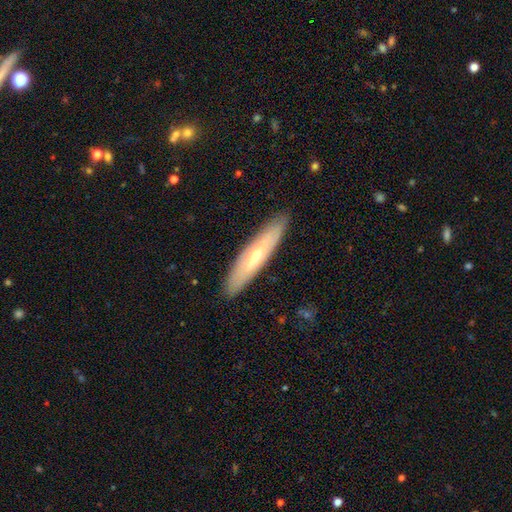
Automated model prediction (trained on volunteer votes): This is possibly a featured or disk galaxy (51%). It is likely viewed edge-on (63%). Merging: clearly none (89%).